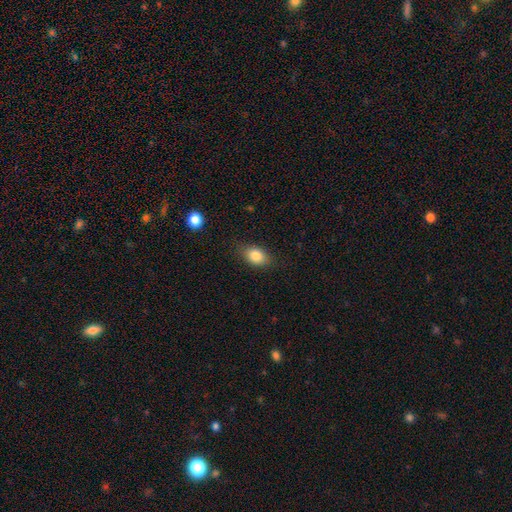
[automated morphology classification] smooth_or_featured: smooth (p=0.84) [alt: star or artifact p=0.08]
how_rounded: in between (p=0.79) [alt: round p=0.19]
merging: none (p=0.81) [alt: minor disturbance p=0.14]